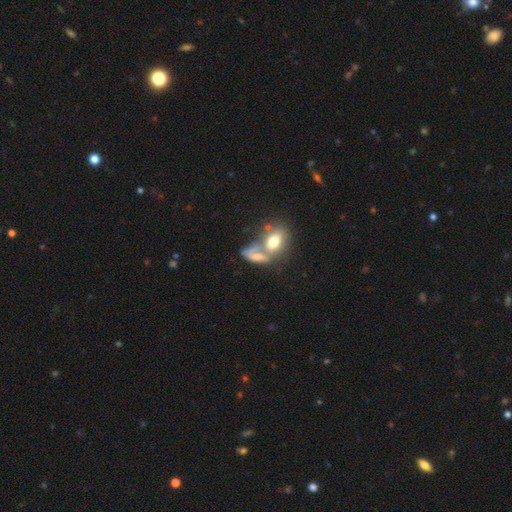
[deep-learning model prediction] Smooth or featured? smooth (59%)
How rounded? in between (83%)
Merging? merger (61%)